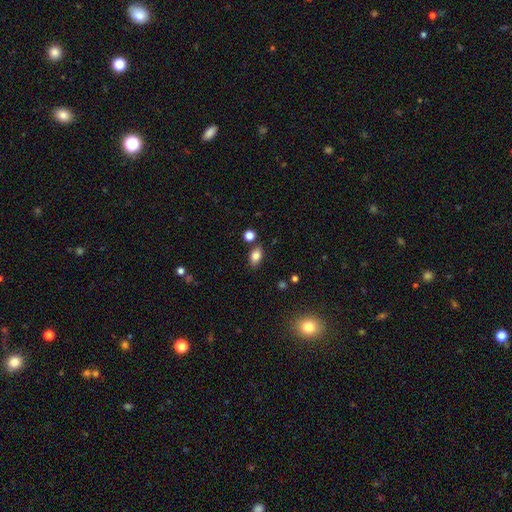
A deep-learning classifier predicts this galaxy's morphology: This appears to be a smooth galaxy with no disk features (83%) that is in between round and cigar-shaped (83%). Merging: none (77%).